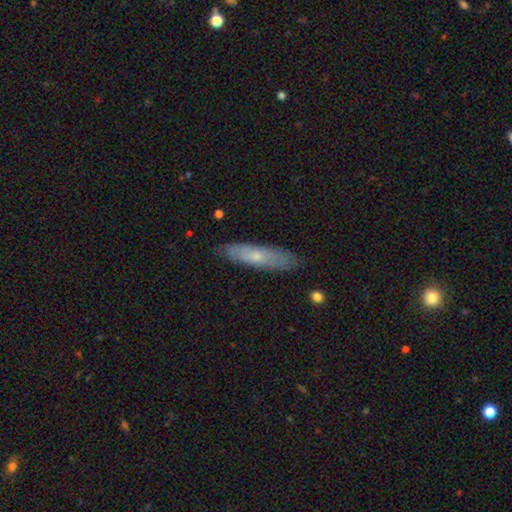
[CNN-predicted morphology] Smooth or featured? Predicted: smooth (p=0.53). How rounded? Predicted: cigar-shaped (p=0.78). Merging? Predicted: none (p=0.84).